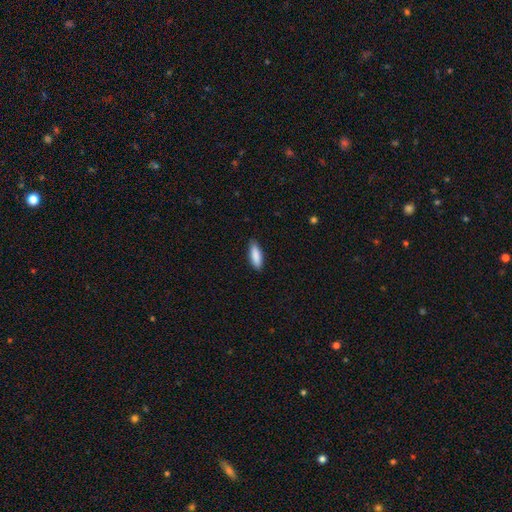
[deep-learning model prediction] Smooth or featured? Predicted: smooth (p=0.88). How rounded? Predicted: in between (p=0.54). Merging? Predicted: none (p=0.84).